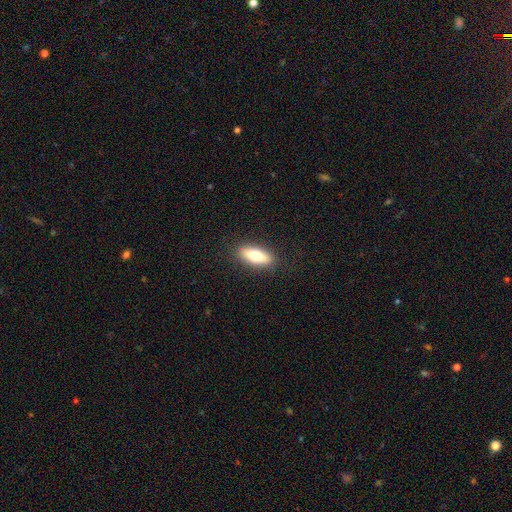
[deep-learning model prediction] This is likely a smooth galaxy (70%). How rounded: likely in between (68%). Merging: clearly none (88%).